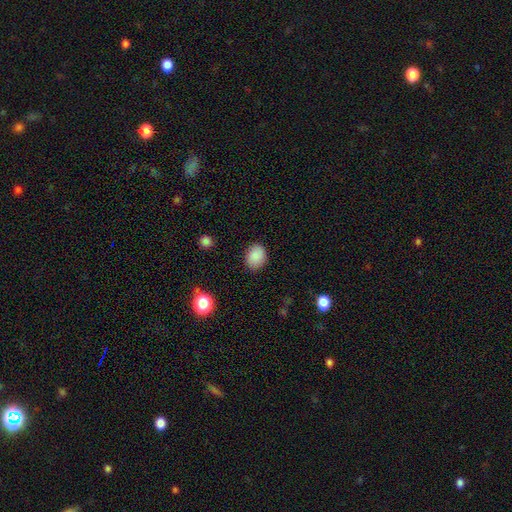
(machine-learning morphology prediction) This appears to be a smooth galaxy with no disk features (88%) that is in between round and cigar-shaped (60%). Merging: none (85%).